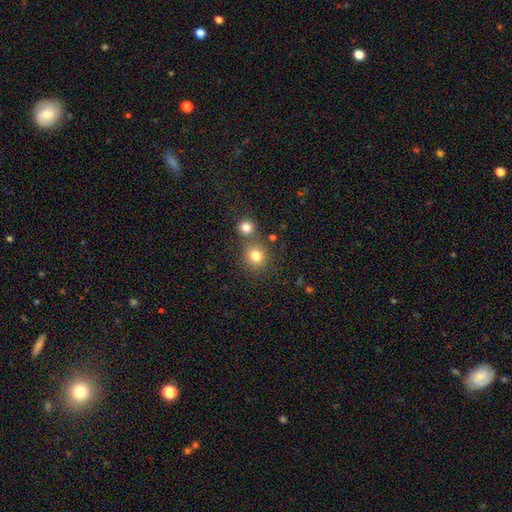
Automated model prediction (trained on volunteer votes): smooth_or_featured: smooth (p=0.80) [alt: star or artifact p=0.13]
how_rounded: round (p=0.87) [alt: in between p=0.13]
merging: none (p=0.65) [alt: merger p=0.23]